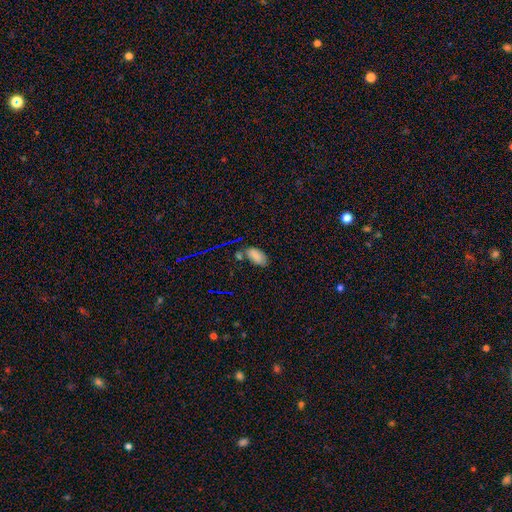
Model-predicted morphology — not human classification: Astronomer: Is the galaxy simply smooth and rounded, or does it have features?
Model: smooth — 78%.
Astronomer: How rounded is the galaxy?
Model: in between — 93%.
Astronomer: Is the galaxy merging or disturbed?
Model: none — 64%.